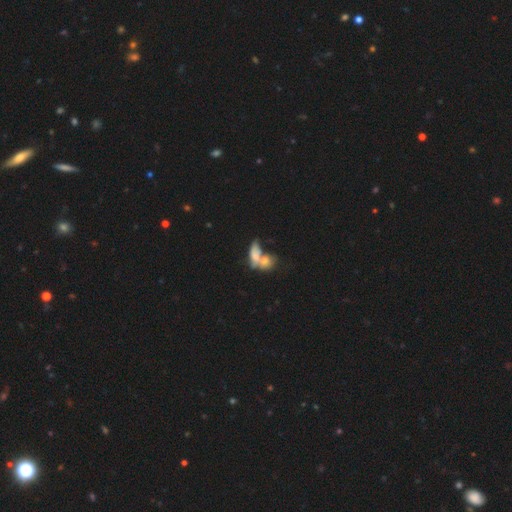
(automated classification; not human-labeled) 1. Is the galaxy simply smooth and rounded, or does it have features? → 66% smooth, 25% featured or disk, 9% star or artifact.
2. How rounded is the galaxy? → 75% in between, 16% round, 9% cigar-shaped.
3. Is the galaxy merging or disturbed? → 64% merger, 20% none, 9% minor disturbance, 7% major disturbance.